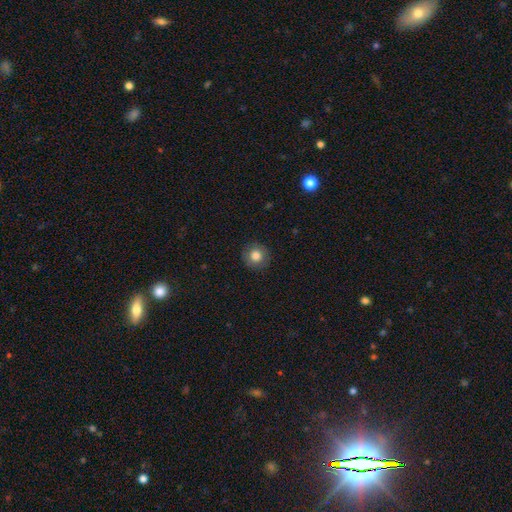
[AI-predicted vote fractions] A smooth galaxy with no disk features (81%) that is round (93%). Merging: none (89%).